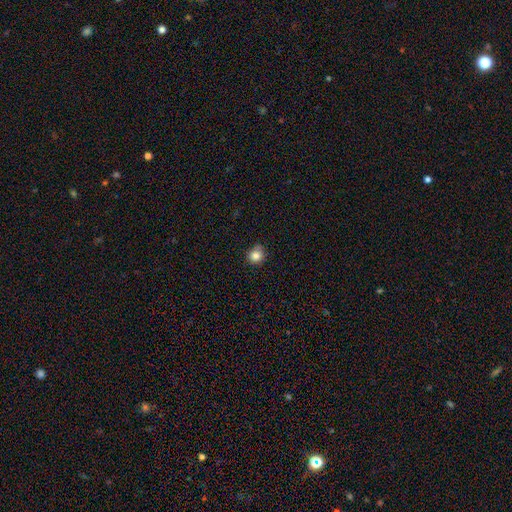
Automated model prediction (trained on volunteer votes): smooth 84%, star or artifact 11%, featured or disk 5%. Down the decision tree: how rounded — round (87%); merging — none (73%).